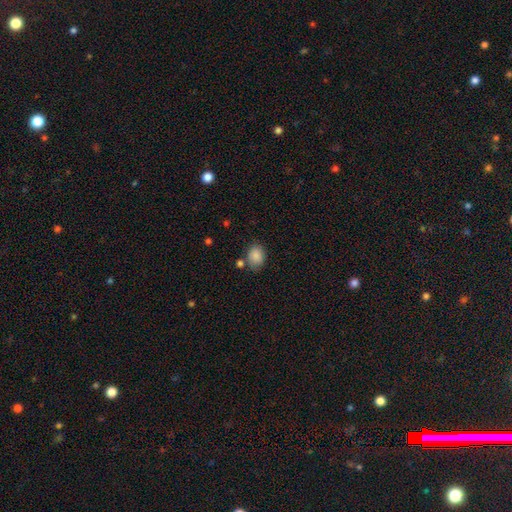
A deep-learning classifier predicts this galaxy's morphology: This appears to be a smooth galaxy with no disk features (87%) that is in between round and cigar-shaped (65%). Merging: none (70%).